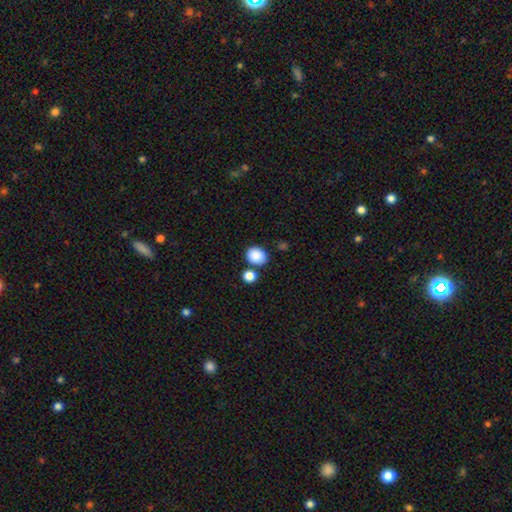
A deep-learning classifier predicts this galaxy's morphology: Overall: smooth (88%). How rounded: round (51%; in between 48%). Merging: none (74%).